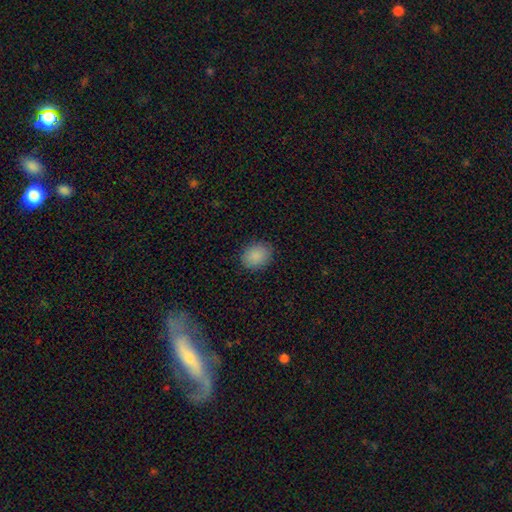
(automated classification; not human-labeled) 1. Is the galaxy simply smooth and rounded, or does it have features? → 89% smooth, 8% star or artifact, 3% featured or disk.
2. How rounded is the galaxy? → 53% round, 46% in between, 1% cigar-shaped.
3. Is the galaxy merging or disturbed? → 87% none, 10% minor disturbance, 3% major disturbance, 1% merger.